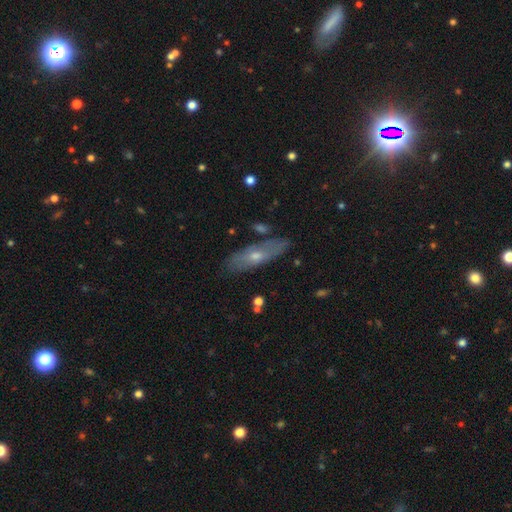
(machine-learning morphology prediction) type=featured or disk (47%); merging=none (80%).